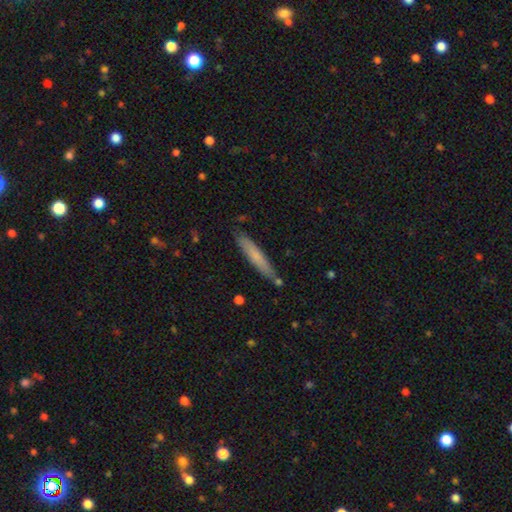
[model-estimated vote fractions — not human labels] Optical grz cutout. It shows a smooth galaxy with no disk features (68%) that is cigar-shaped (93%). Merging: none (83%).